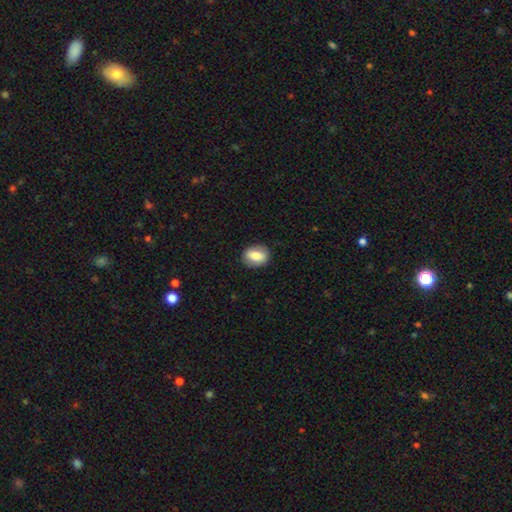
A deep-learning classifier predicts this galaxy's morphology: Q: Smooth or featured?
A: smooth (71%); runner-up: featured or disk (21%)
Q: How rounded?
A: in between (62%); runner-up: round (36%)
Q: Merging?
A: none (86%); runner-up: minor disturbance (10%)